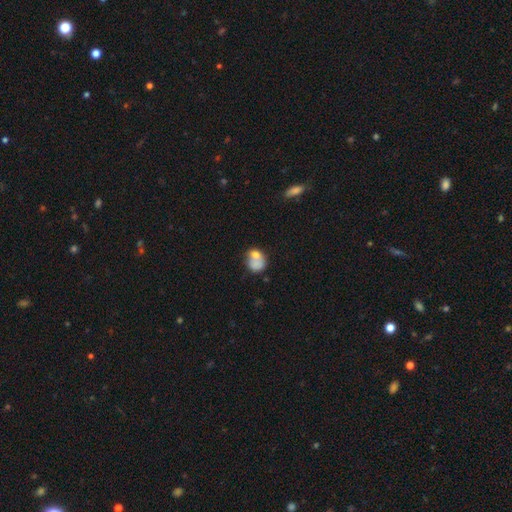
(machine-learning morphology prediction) This appears to be a smooth galaxy with no disk features (70%) that is round (59%). Merging: merger (44%).